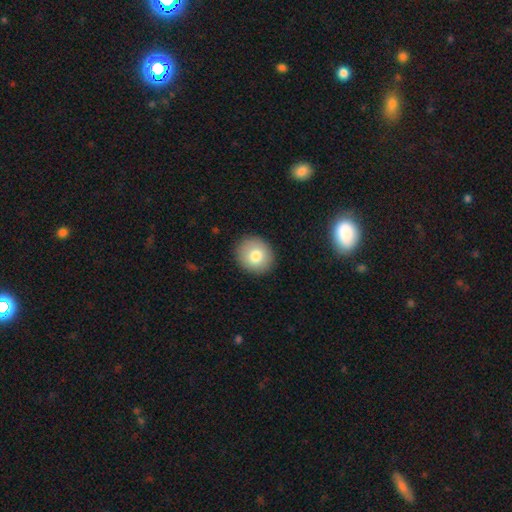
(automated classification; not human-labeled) Morphology: type=smooth (79%); roundness=round (82%); merging=none (90%).